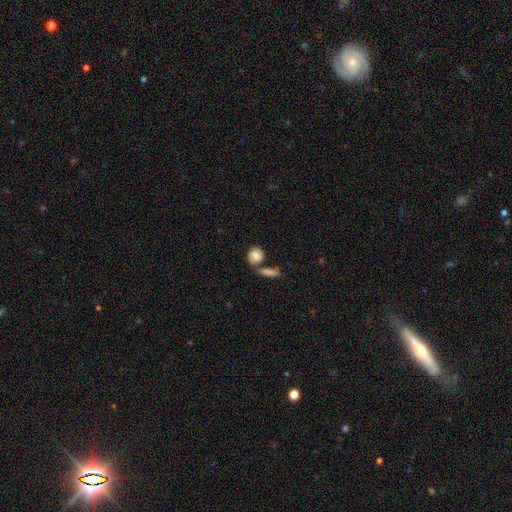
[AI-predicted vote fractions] Overall: smooth (74%). How rounded: round (55%; in between 42%). Merging: none (49%; merger 28%).